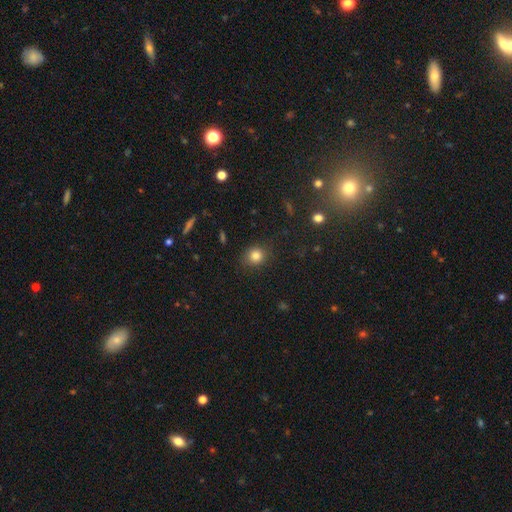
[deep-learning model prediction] Smooth or featured? smooth (82%)
How rounded? round (81%)
Merging? none (84%)